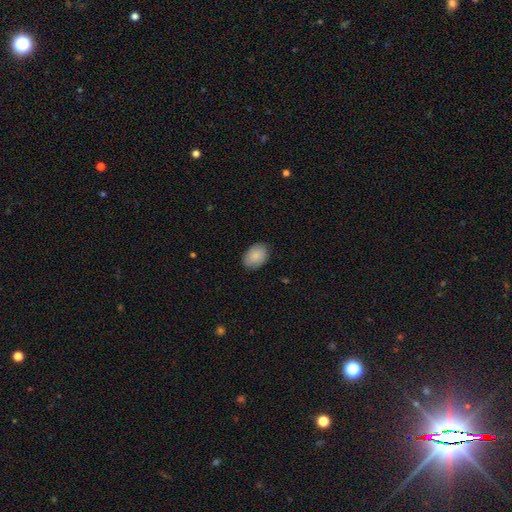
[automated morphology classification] Smooth or featured? smooth (88%)
How rounded? in between (82%)
Merging? none (87%)